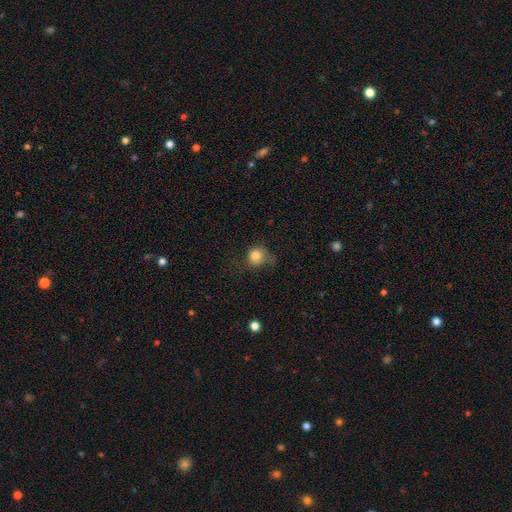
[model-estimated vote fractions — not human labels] smooth-or-featured: smooth: 81% | star or artifact: 11% | featured or disk: 8%
  how-rounded: round: 81% | in between: 18% | cigar-shaped: 1%
  merging: none: 47% | minor disturbance: 32% | major disturbance: 19% | merger: 2%